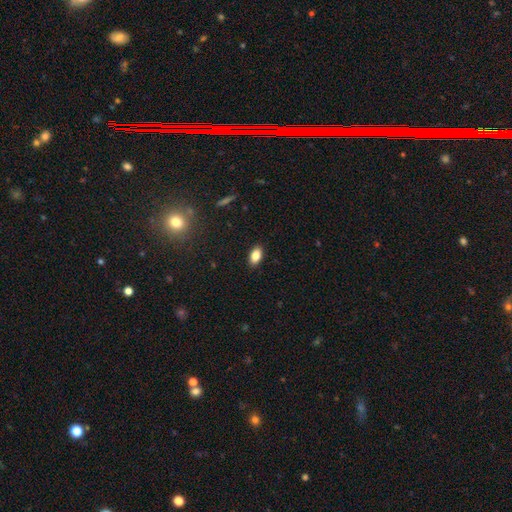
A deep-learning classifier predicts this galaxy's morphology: The model was most divided on "smooth or featured": smooth: 84%, star or artifact: 9%, featured or disk: 7%. More confident: how rounded — in between (91%); merging — none (89%).